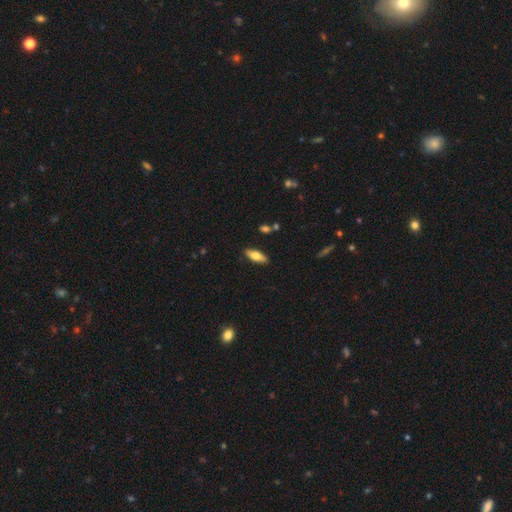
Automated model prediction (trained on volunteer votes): smooth-or-featured: smooth: 70% | featured or disk: 24% | star or artifact: 6%
  how-rounded: in between: 72% | cigar-shaped: 26% | round: 2%
  merging: none: 87% | minor disturbance: 9% | major disturbance: 2% | merger: 2%